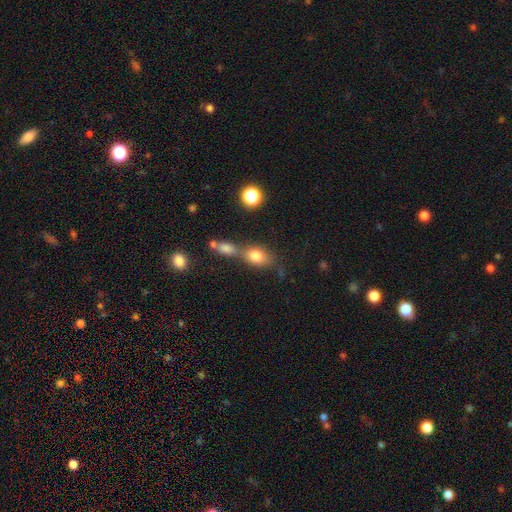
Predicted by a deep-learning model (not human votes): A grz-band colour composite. It shows a smooth galaxy with no disk features (77%) that is in between round and cigar-shaped (74%). Merging: merger (44%).